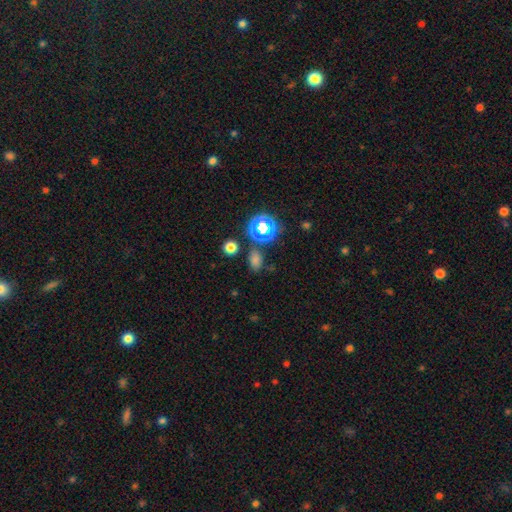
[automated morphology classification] type=smooth (55%); roundness=in between (52%); merging=none (77%).